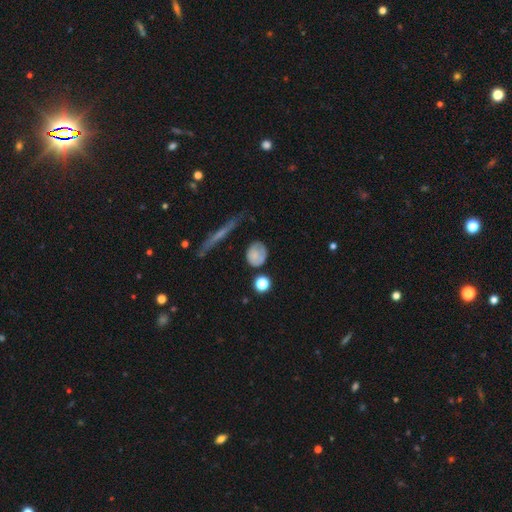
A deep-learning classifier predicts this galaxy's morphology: This is likely a smooth galaxy (69%). How rounded: likely round (67%). Merging: possibly none (59%).